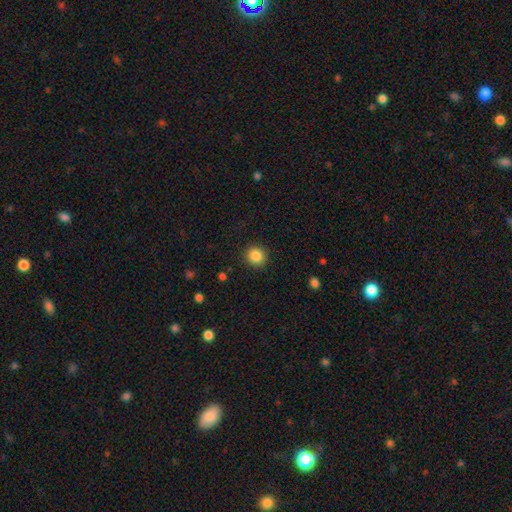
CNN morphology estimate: The model was most divided on "smooth or featured": smooth: 86%, star or artifact: 10%, featured or disk: 4%. More confident: how rounded — round (91%); merging — none (91%).